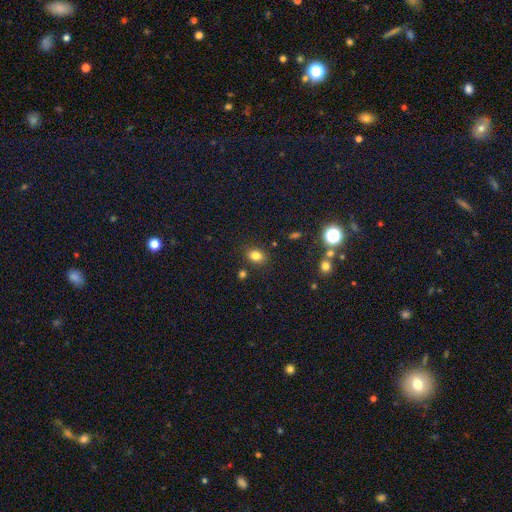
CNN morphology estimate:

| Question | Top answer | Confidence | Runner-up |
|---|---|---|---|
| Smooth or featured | smooth | 81% | star or artifact (12%) |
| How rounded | in between | 65% | round (34%) |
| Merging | none | 83% | minor disturbance (10%) |